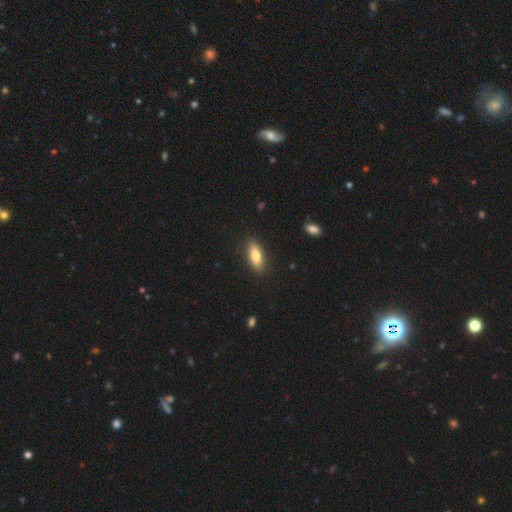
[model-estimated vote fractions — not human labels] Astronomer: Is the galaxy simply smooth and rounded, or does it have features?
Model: smooth — 75%.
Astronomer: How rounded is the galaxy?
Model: in between — 72%.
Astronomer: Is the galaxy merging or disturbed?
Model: none — 88%.